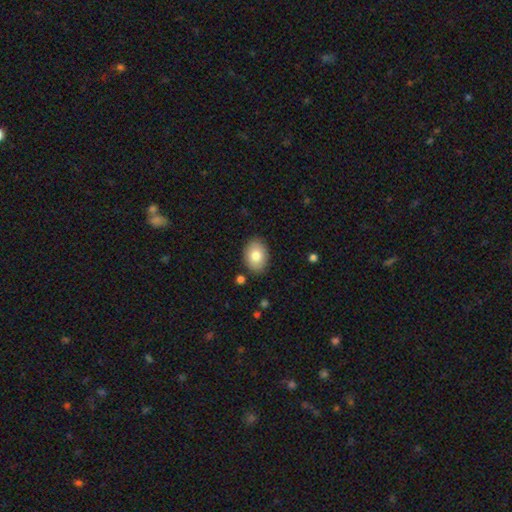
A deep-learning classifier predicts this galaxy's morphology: smooth-or-featured: smooth: 81% | featured or disk: 12% | star or artifact: 7%
  how-rounded: in between: 78% | round: 21% | cigar-shaped: 1%
  merging: none: 87% | minor disturbance: 9% | major disturbance: 2% | merger: 2%